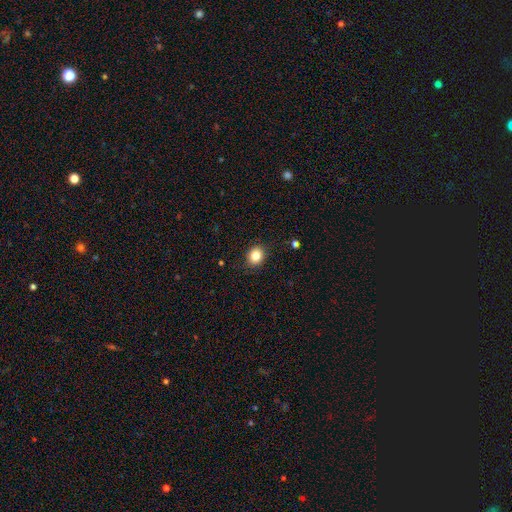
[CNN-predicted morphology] Overall: smooth (84%). How rounded: round (67%; in between 32%). Merging: none (86%).